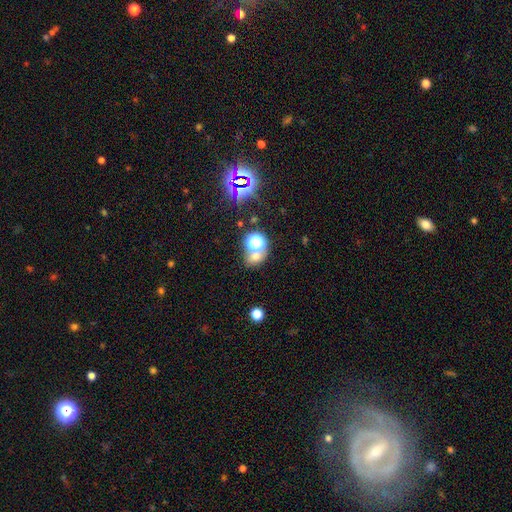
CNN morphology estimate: Q: Smooth or featured?
A: smooth (57%); runner-up: star or artifact (32%)
Q: How rounded?
A: round (58%); runner-up: in between (41%)
Q: Merging?
A: none (50%); runner-up: merger (35%)